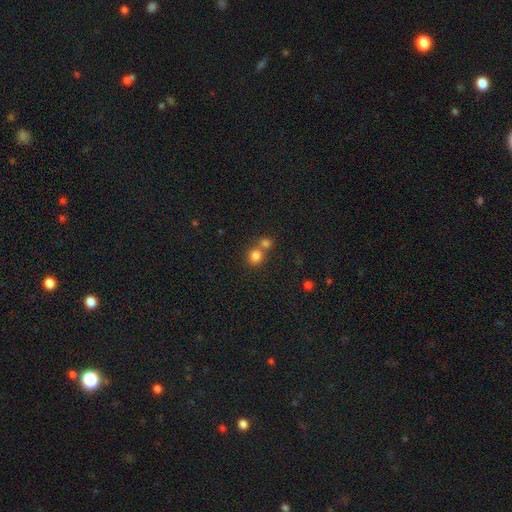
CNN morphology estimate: This is clearly a smooth galaxy (81%). How rounded: clearly round (86%). Merging: possibly none (50%).